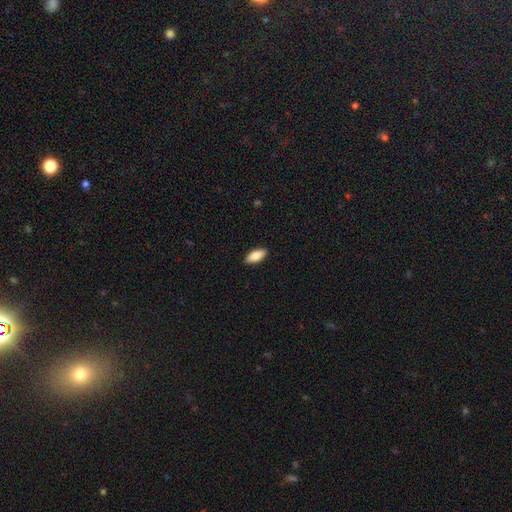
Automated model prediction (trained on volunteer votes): Morphology: type=smooth (84%); roundness=in between (83%); merging=none (89%).